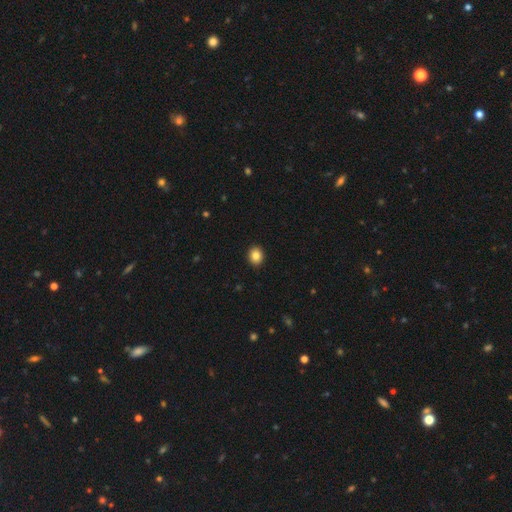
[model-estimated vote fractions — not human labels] Smooth or featured? Predicted: smooth (p=0.85). How rounded? Predicted: round (p=0.62). Merging? Predicted: none (p=0.92).